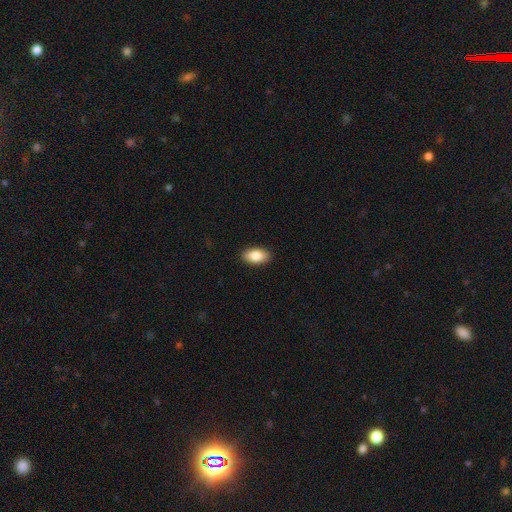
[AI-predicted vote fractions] smooth-or-featured: smooth: 85% | featured or disk: 9% | star or artifact: 7%
  how-rounded: in between: 93% | round: 4% | cigar-shaped: 3%
  merging: none: 90% | minor disturbance: 7% | major disturbance: 2% | merger: 1%